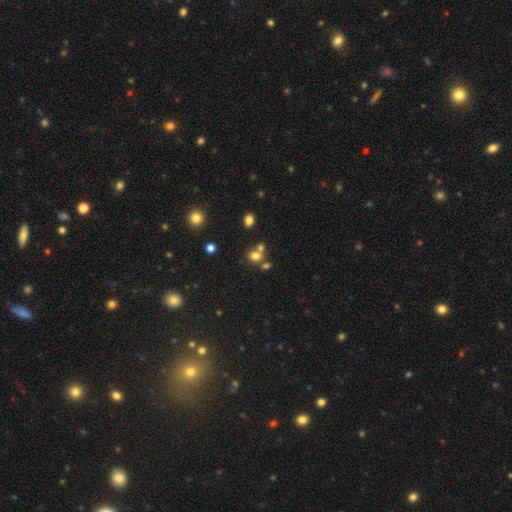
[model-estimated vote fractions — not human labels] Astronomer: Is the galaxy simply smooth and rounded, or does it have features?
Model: smooth — 72%.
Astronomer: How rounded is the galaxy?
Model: round — 75%.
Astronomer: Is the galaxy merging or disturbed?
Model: none — 50% (runner-up: merger, 37%).